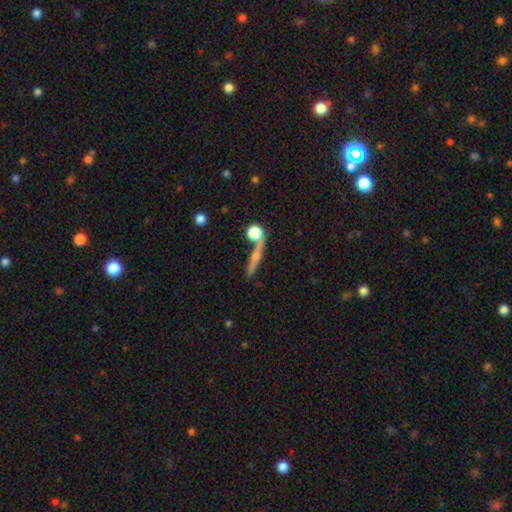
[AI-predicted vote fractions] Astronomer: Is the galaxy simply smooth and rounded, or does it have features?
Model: featured or disk — 45% (runner-up: smooth, 43%).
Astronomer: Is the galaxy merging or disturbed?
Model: none — 65%.